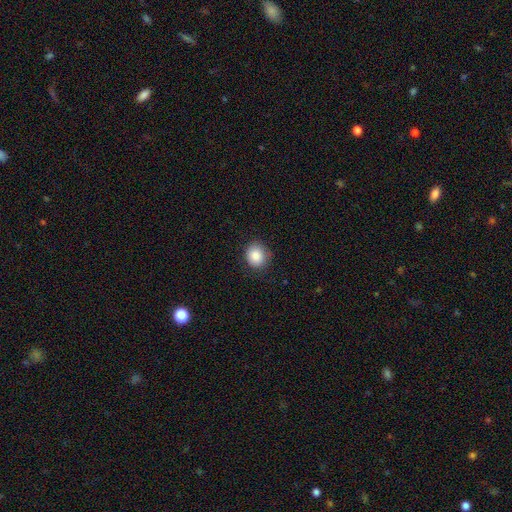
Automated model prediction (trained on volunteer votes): Smooth or featured? smooth (87%)
How rounded? round (73%)
Merging? none (82%)